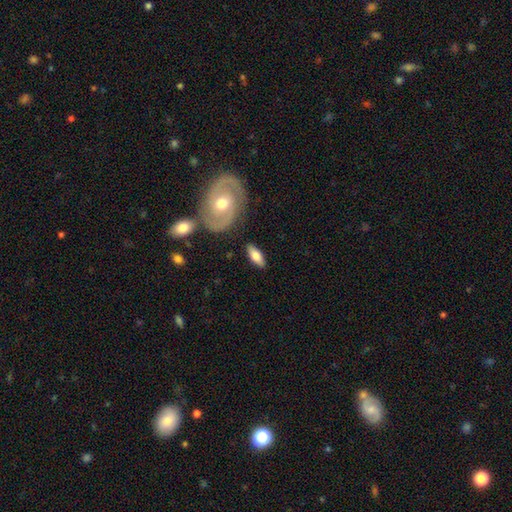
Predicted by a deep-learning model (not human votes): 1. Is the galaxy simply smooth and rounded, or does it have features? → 67% smooth, 27% featured or disk, 6% star or artifact.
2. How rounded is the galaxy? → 74% in between, 23% cigar-shaped, 3% round.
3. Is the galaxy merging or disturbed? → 83% none, 11% minor disturbance, 3% merger, 3% major disturbance.